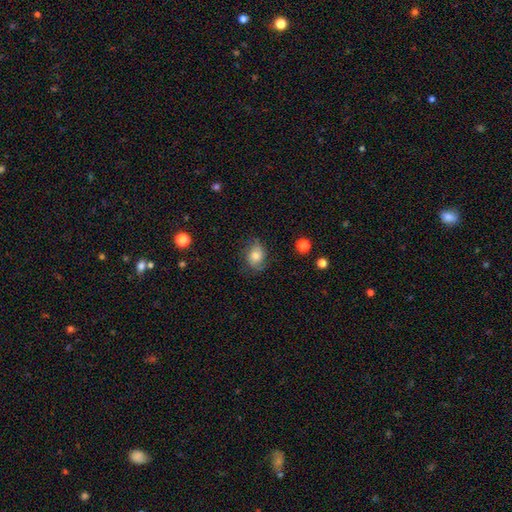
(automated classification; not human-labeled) Q: Smooth or featured?
A: smooth (50%); runner-up: featured or disk (39%)
Q: How rounded?
A: in between (54%); runner-up: round (45%)
Q: Merging?
A: none (66%); runner-up: minor disturbance (23%)